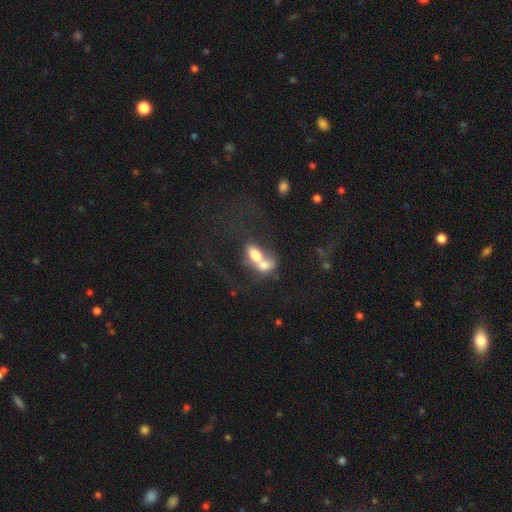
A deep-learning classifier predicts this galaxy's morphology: The model was most divided on "smooth or featured": smooth: 65%, featured or disk: 25%, star or artifact: 9%. More confident: how rounded — in between (78%); merging — merger (75%).